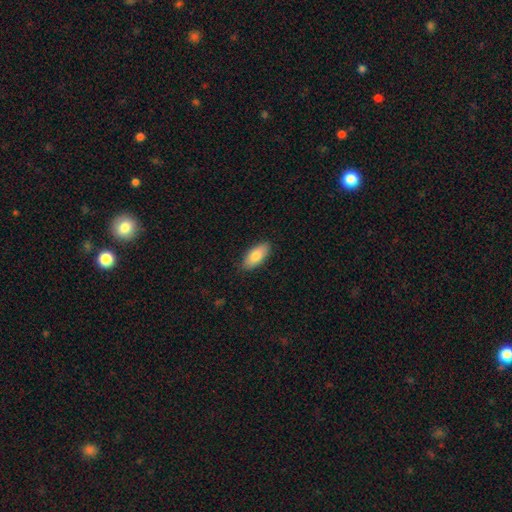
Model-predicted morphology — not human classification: This is clearly a smooth galaxy (82%). How rounded: clearly in between (87%). Merging: clearly none (87%).